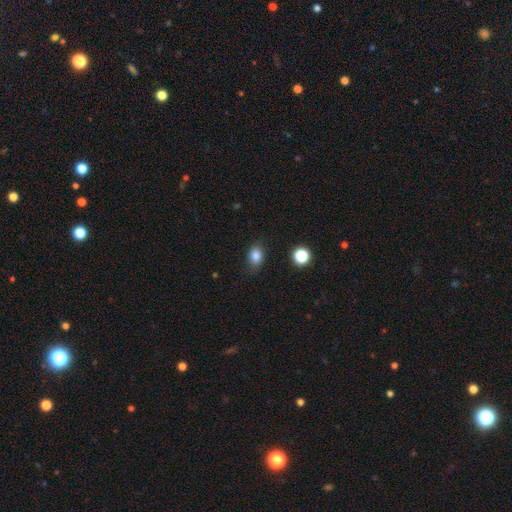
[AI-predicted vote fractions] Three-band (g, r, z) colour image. It shows a smooth galaxy with no disk features (84%) that is in between round and cigar-shaped (70%). Merging: none (82%).